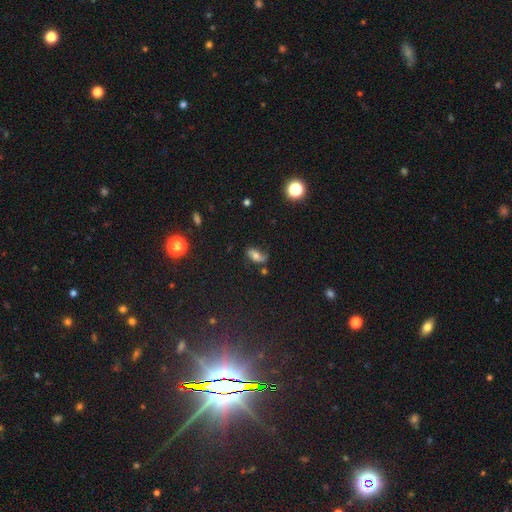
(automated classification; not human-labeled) This appears to be a featured or disk galaxy (44%). Merging: none (50%).